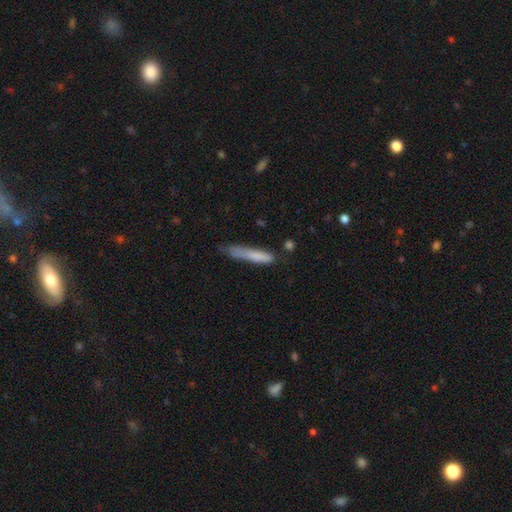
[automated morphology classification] A smooth galaxy with no disk features (75%) that is cigar-shaped (90%).

Vote fractions:
- Smooth or featured? smooth: 75% / featured or disk: 18% / star or artifact: 7%
- How rounded? cigar-shaped: 90% / in between: 8% / round: 1%
- Merging? none: 51% / minor disturbance: 31% / major disturbance: 12% / merger: 6%